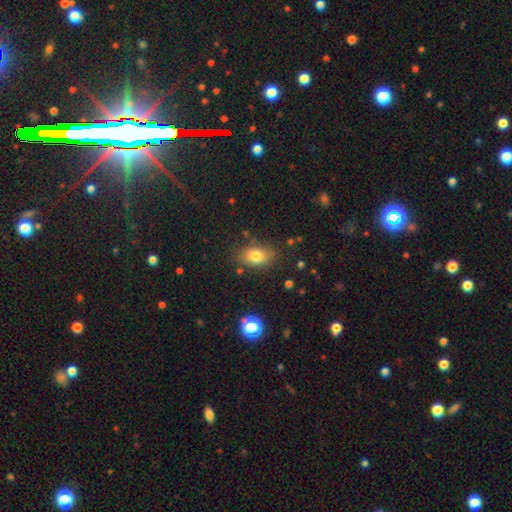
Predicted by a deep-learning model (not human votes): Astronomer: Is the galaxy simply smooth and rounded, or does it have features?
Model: smooth — 79%.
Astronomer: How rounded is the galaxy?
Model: in between — 79%.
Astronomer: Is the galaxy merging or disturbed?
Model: none — 80%.